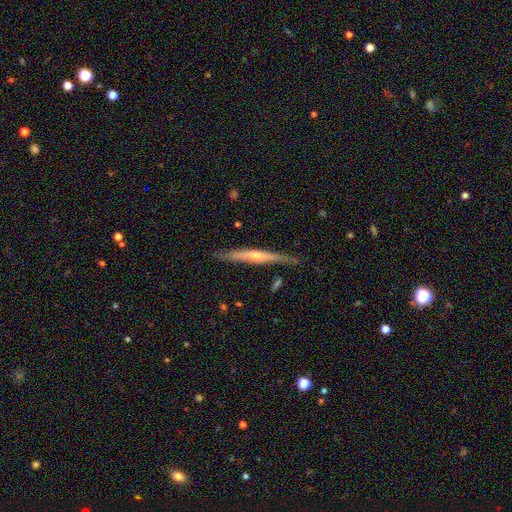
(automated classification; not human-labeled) A featured or disk galaxy (67%) viewed edge-on (97%) with a rounded central bulge (64%). Merging: none (83%).